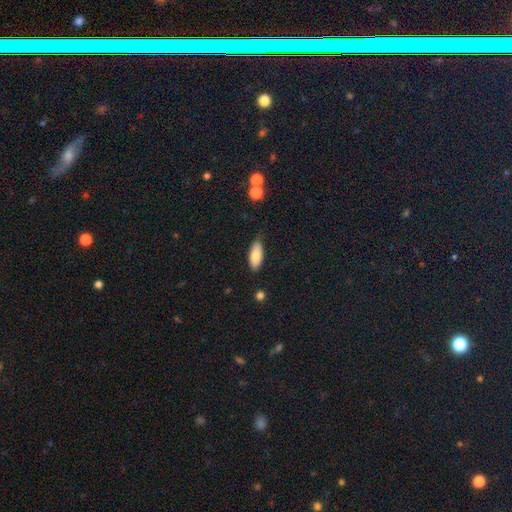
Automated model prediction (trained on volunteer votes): A smooth galaxy with no disk features (84%) that is in between round and cigar-shaped (82%). Merging: none (77%).